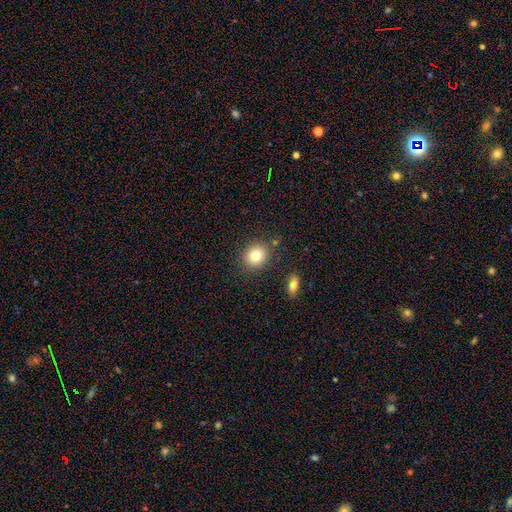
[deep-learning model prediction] Morphology: type=smooth (81%); roundness=round (72%); merging=none (83%).